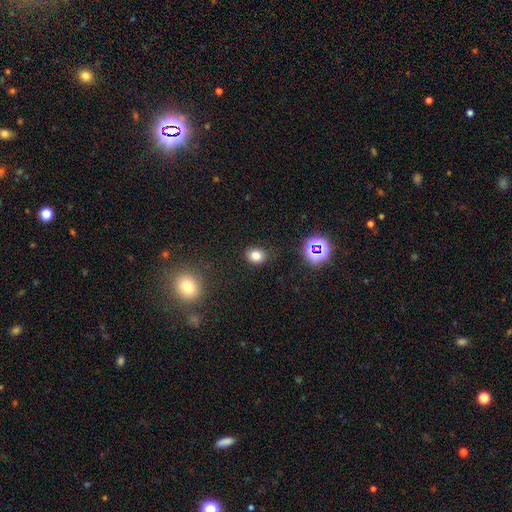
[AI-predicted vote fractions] This is likely a smooth galaxy (78%). How rounded: possibly round (55%). Merging: clearly none (85%).